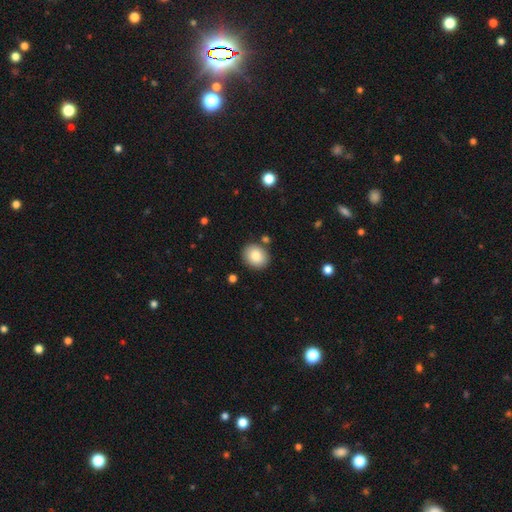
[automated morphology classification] The model was most divided on "how rounded": round: 66%, in between: 33%, cigar-shaped: 1%. More confident: smooth or featured — smooth (85%); merging — none (84%).